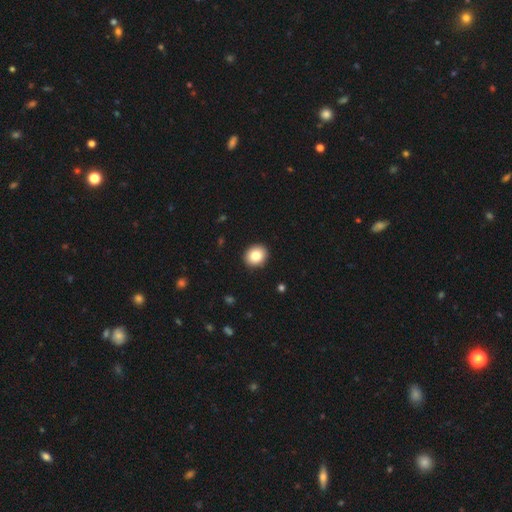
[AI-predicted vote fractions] The model was most divided on "how rounded": round: 76%, in between: 23%, cigar-shaped: 1%. More confident: merging — none (92%); smooth or featured — smooth (83%).